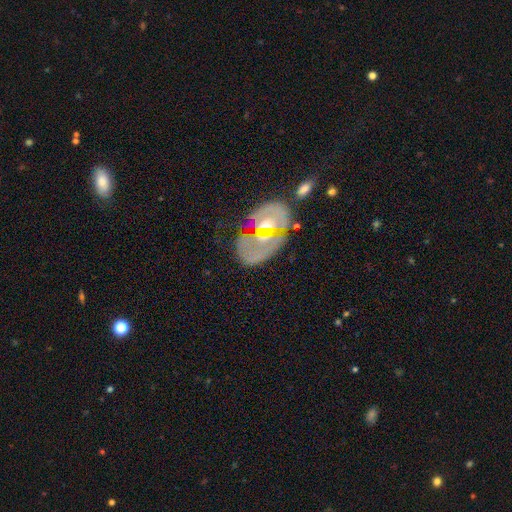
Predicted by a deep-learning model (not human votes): smooth-or-featured: featured or disk: 62% | smooth: 24% | star or artifact: 13%
  disk-edge-on: no: 96% | yes: 4%
    bar: no: 62% | weak: 27% | strong: 11%
    has-spiral-arms: no: 53% | yes: 47%
    bulge-size: moderate: 49% | small: 34% | none: 9% | large: 5% | dominant: 2%
  merging: none: 29% | major disturbance: 28% | merger: 26% | minor disturbance: 17%